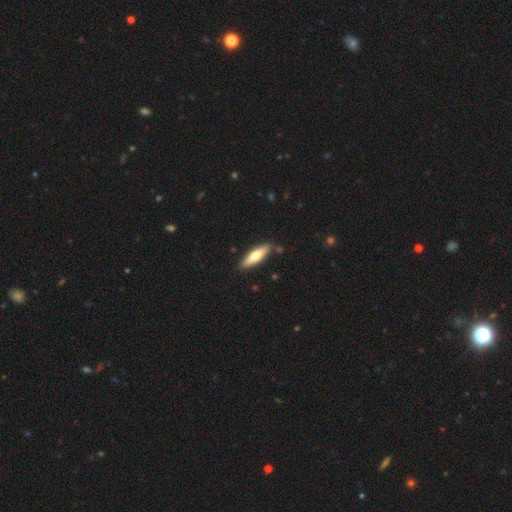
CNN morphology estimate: The model was most divided on "smooth or featured": smooth: 60%, featured or disk: 34%, star or artifact: 5%. More confident: merging — none (85%); how rounded — cigar-shaped (63%).